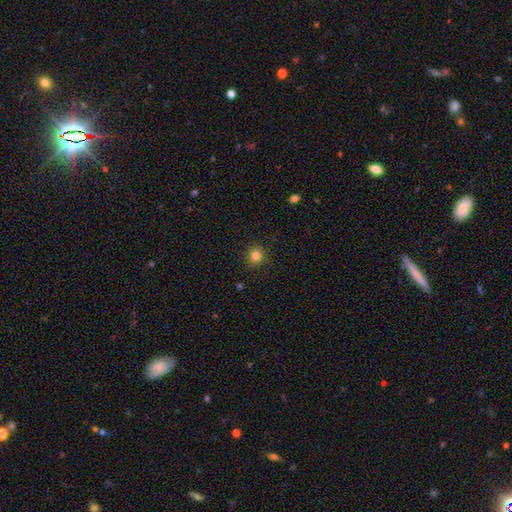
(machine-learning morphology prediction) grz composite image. It shows a smooth galaxy with no disk features (82%) that is round (92%). Merging: none (90%).